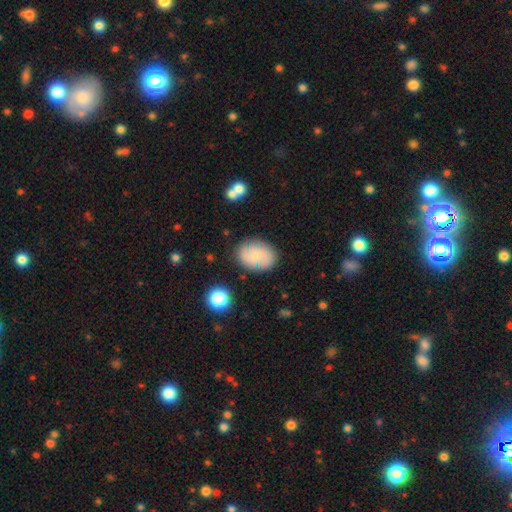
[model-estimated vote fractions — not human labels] A smooth galaxy with no disk features (56%) that is in between round and cigar-shaped (66%). Merging: none (77%).